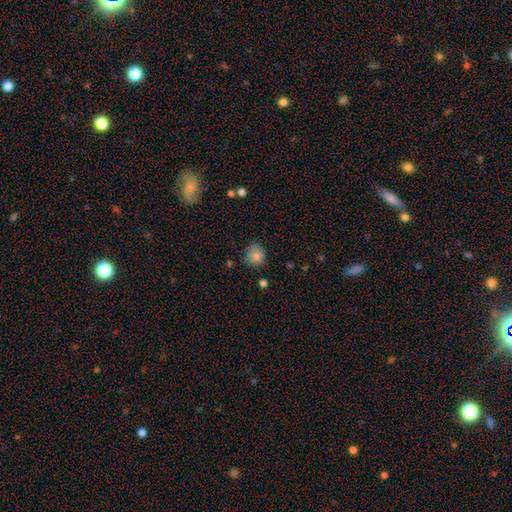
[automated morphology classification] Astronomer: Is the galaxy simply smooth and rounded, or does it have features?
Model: smooth — 83%.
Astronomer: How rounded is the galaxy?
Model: round — 72%.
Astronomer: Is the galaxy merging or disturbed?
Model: none — 68%.